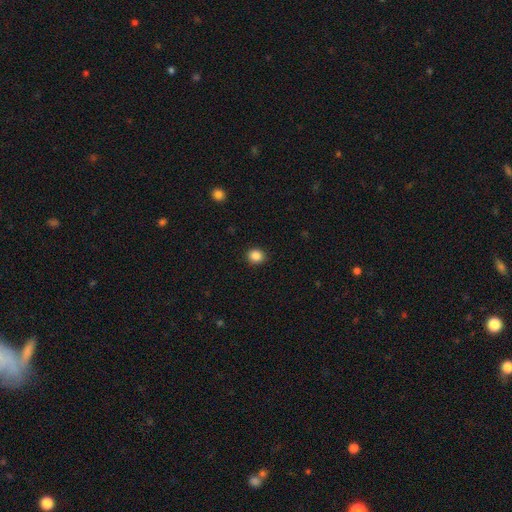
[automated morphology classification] Smooth or featured?
  - smooth: 86% *
  - star or artifact: 10%
  - featured or disk: 3%
How rounded?
  - round: 80% *
  - in between: 19%
  - cigar-shaped: 1%
Merging?
  - none: 92% *
  - minor disturbance: 6%
  - major disturbance: 2%
  - merger: 1%